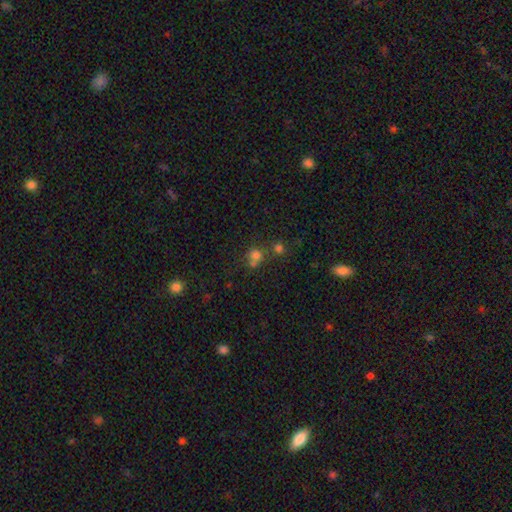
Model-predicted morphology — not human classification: Smooth or featured: smooth — 70% (star or artifact — 20%)
How rounded: round — 82% (in between — 17%)
Merging: none — 50% (merger — 34%)